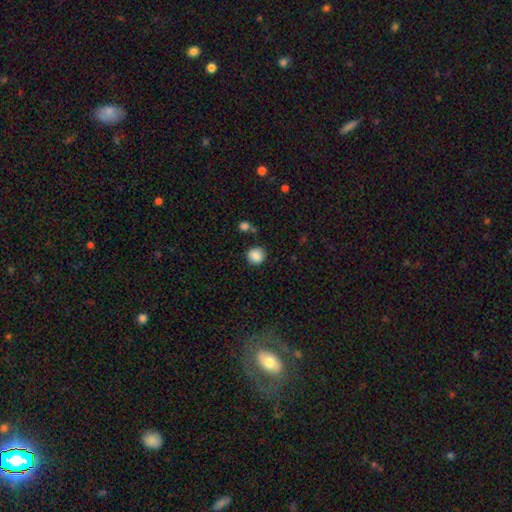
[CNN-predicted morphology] Overall: smooth (87%). How rounded: round (88%). Merging: none (82%).